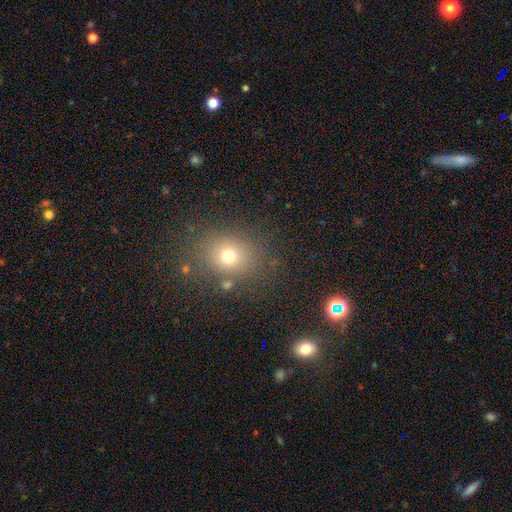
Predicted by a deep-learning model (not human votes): smooth_or_featured: smooth (p=0.60) [alt: star or artifact p=0.31]
how_rounded: round (p=0.67) [alt: in between p=0.31]
merging: none (p=0.86) [alt: minor disturbance p=0.08]